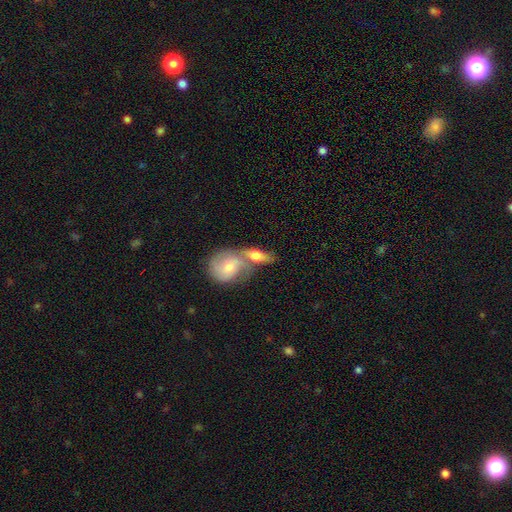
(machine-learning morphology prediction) Smooth or featured? smooth (56%)
How rounded? in between (71%)
Merging? merger (64%)